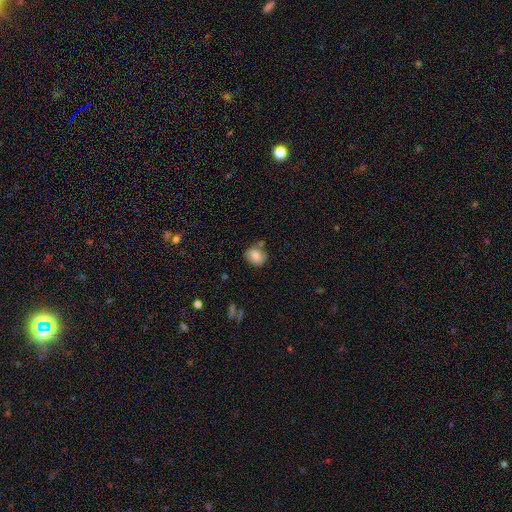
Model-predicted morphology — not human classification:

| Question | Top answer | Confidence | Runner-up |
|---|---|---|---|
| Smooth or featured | smooth | 81% | featured or disk (10%) |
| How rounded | in between | 52% | round (46%) |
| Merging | none | 66% | minor disturbance (20%) |